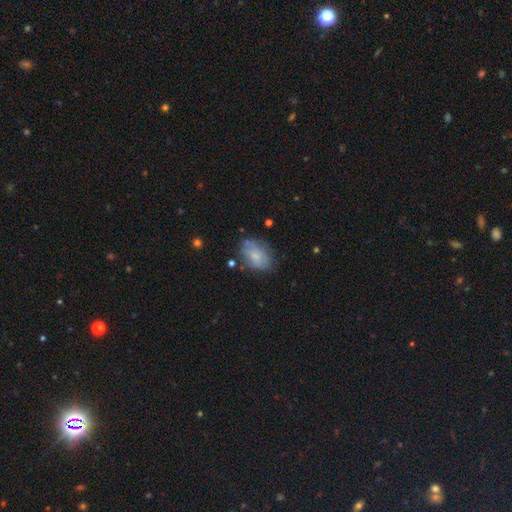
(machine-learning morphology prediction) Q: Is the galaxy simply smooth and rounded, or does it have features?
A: smooth — 63%.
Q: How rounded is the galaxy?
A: in between — 82%.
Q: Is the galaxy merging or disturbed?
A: none — 62%.